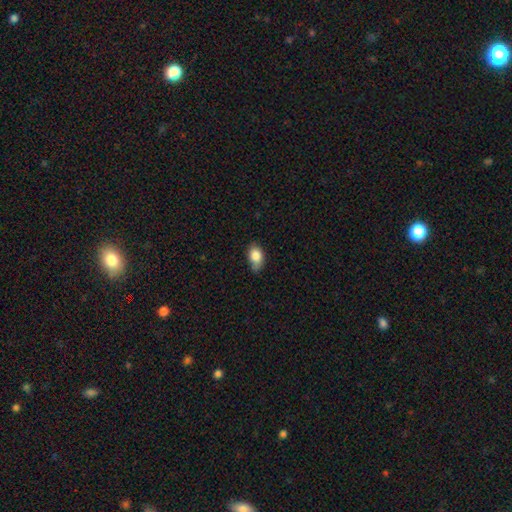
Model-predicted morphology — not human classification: The model was most divided on "merging": none: 61%, minor disturbance: 32%, major disturbance: 5%, merger: 2%. More confident: how rounded — in between (86%); smooth or featured — smooth (85%).